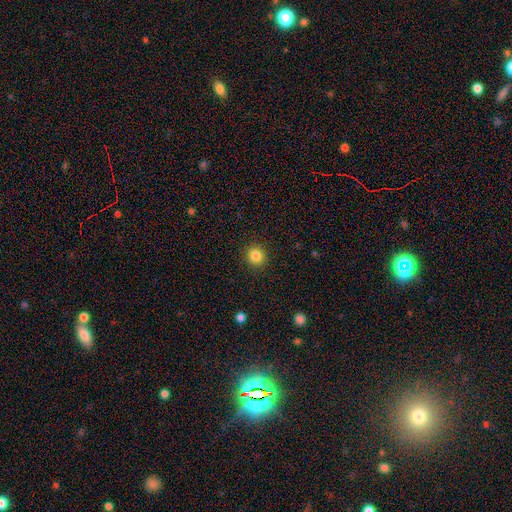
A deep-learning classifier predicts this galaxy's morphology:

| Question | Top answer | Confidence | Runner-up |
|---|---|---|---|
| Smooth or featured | smooth | 84% | star or artifact (11%) |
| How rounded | round | 91% | in between (9%) |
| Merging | none | 92% | minor disturbance (5%) |